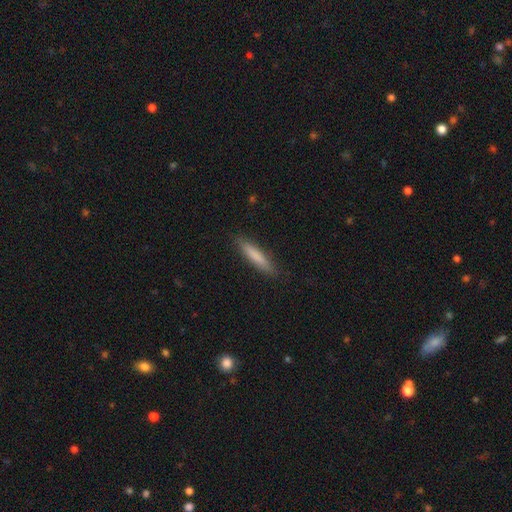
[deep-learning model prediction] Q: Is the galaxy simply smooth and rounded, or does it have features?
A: smooth — 80%.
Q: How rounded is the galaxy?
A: cigar-shaped — 87%.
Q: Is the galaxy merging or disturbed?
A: none — 88%.